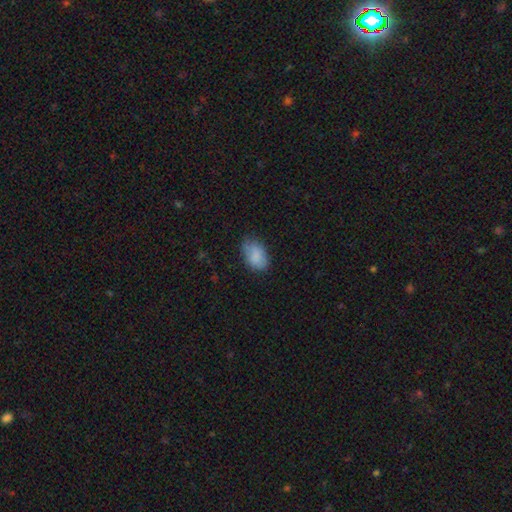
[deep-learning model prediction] Q: Smooth or featured?
A: smooth (82%); runner-up: featured or disk (10%)
Q: How rounded?
A: in between (88%); runner-up: round (10%)
Q: Merging?
A: none (63%); runner-up: minor disturbance (28%)